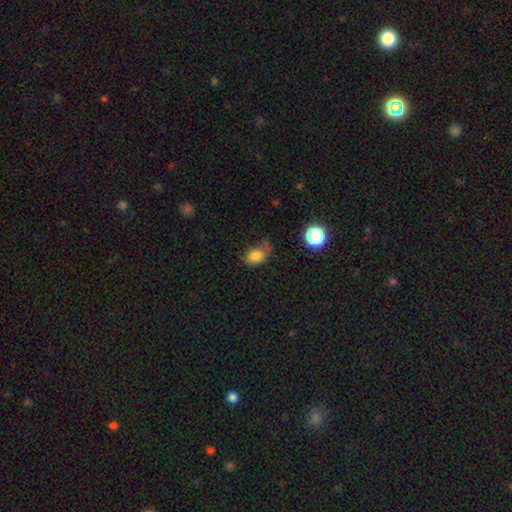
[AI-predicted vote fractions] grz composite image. It shows a smooth galaxy with no disk features (82%) that is in between round and cigar-shaped (67%). Merging: none (49%).